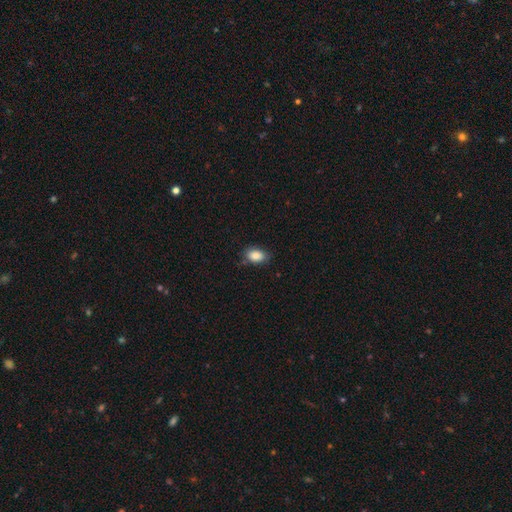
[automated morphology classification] A smooth galaxy with no disk features (87%) that is in between round and cigar-shaped (85%). Merging: none (77%).